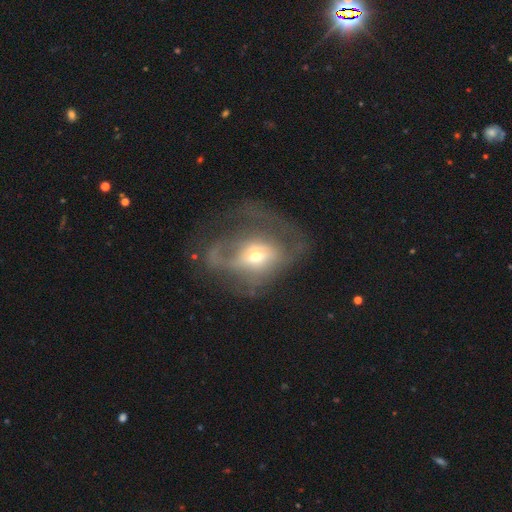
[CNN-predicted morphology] This appears to be a featured or disk galaxy (63%) with no bar (67%), spiral arms (51%) and a moderate central bulge (48%). Merging: major disturbance (49%).